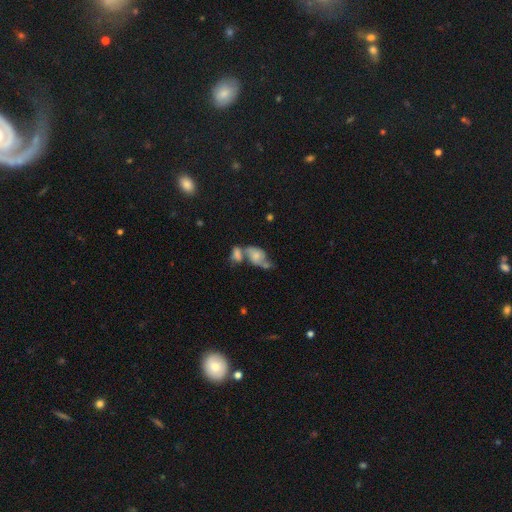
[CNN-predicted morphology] Smooth or featured? Predicted: featured or disk (p=0.48). Merging? Predicted: merger (p=0.55).